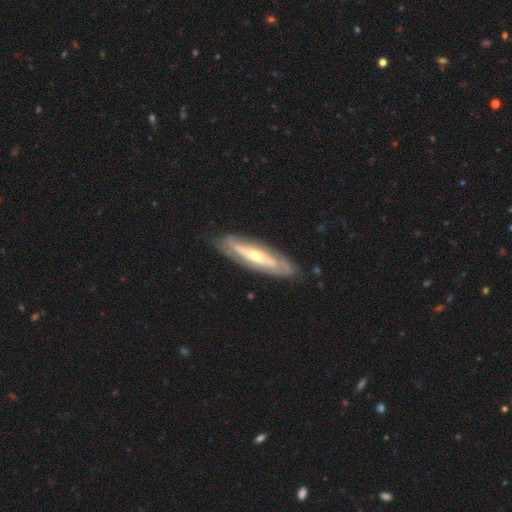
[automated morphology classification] Smooth or featured? Predicted: featured or disk (p=0.71). Edge-on disk? Predicted: no (p=0.60). Merging? Predicted: none (p=0.79).